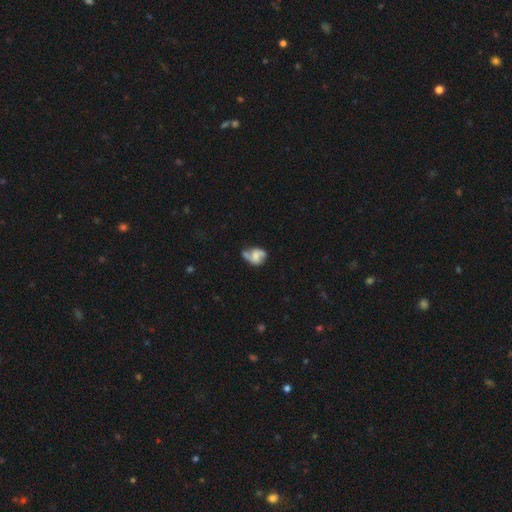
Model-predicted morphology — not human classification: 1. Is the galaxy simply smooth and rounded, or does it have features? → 59% featured or disk, 33% smooth, 8% star or artifact.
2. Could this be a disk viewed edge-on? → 97% no, 3% yes.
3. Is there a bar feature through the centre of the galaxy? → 57% no, 34% weak, 10% strong.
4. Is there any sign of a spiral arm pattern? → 78% yes, 22% no.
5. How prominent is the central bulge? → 36% small, 35% moderate, 20% none, 7% large, 2% dominant.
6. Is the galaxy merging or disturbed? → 39% none, 29% minor disturbance, 19% major disturbance, 14% merger.